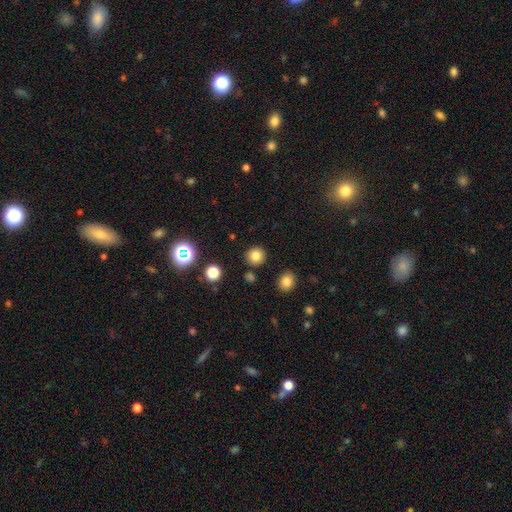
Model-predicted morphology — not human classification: The model was most divided on "smooth or featured": smooth: 81%, star or artifact: 13%, featured or disk: 6%. More confident: how rounded — round (92%); merging — none (89%).